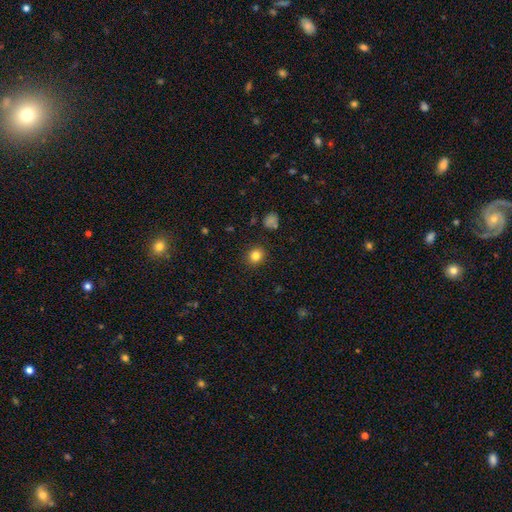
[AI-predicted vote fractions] A smooth galaxy with no disk features (82%) that is round (83%).

Vote fractions:
- Smooth or featured? smooth: 82% / star or artifact: 12% / featured or disk: 6%
- How rounded? round: 83% / in between: 16% / cigar-shaped: 1%
- Merging? none: 90% / minor disturbance: 7% / major disturbance: 2% / merger: 1%